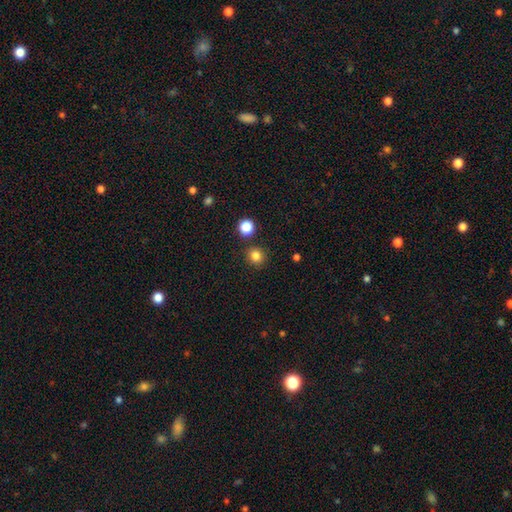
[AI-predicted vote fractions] Smooth or featured?
  - smooth: 82% *
  - star or artifact: 13%
  - featured or disk: 4%
How rounded?
  - round: 89% *
  - in between: 10%
  - cigar-shaped: 1%
Merging?
  - none: 86% *
  - minor disturbance: 7%
  - merger: 5%
  - major disturbance: 2%